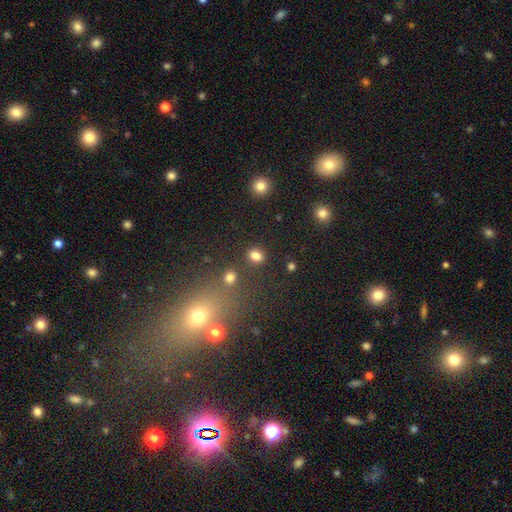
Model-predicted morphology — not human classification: Smooth or featured: smooth — 82% (star or artifact — 13%)
How rounded: in between — 50% (round — 49%)
Merging: none — 81% (minor disturbance — 9%)